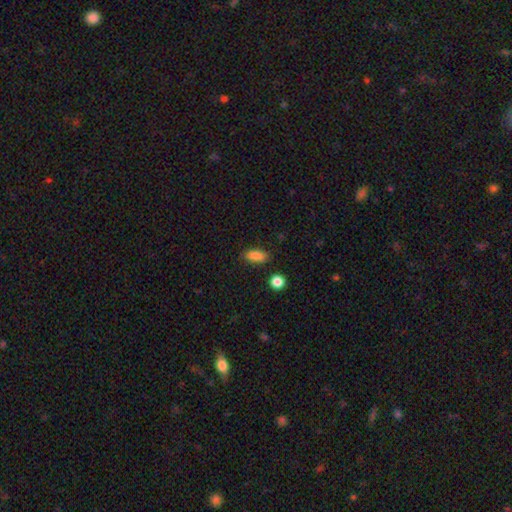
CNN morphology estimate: smooth_or_featured: smooth (p=0.86) [alt: star or artifact p=0.08]
how_rounded: in between (p=0.82) [alt: cigar-shaped p=0.13]
merging: none (p=0.83) [alt: minor disturbance p=0.12]